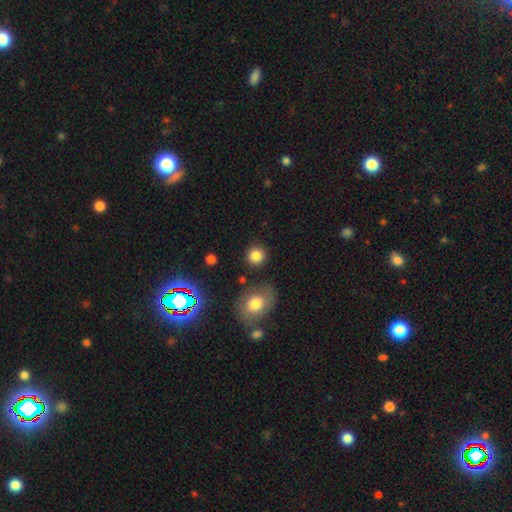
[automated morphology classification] smooth_or_featured: smooth (p=0.83) [alt: star or artifact p=0.12]
how_rounded: round (p=0.92) [alt: in between p=0.07]
merging: none (p=0.85) [alt: minor disturbance p=0.08]